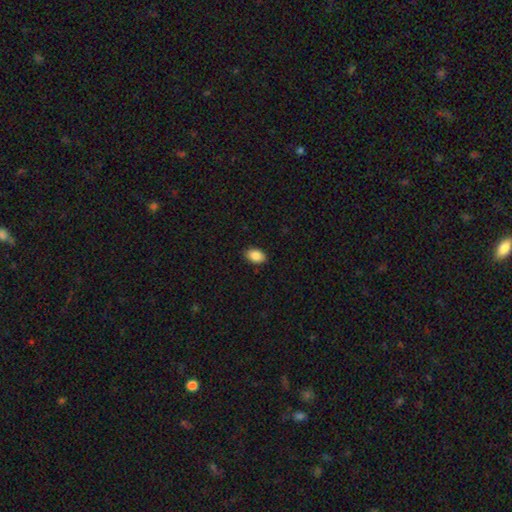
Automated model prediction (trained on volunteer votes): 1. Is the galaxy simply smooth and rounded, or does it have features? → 88% smooth, 7% star or artifact, 5% featured or disk.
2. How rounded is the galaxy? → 88% in between, 11% round, 1% cigar-shaped.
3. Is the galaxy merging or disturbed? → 88% none, 10% minor disturbance, 2% major disturbance, 1% merger.